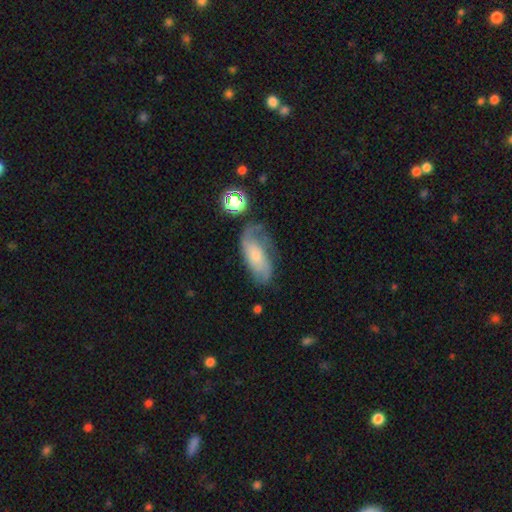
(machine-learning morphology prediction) smooth_or_featured: featured or disk (p=0.55) [alt: smooth p=0.36]
disk_edge_on: no (p=0.91) [alt: yes p=0.09]
bar: no (p=0.69) [alt: weak p=0.25]
has_spiral_arms: yes (p=0.83) [alt: no p=0.17]
bulge_size: small (p=0.53) [alt: moderate p=0.30]
merging: none (p=0.47) [alt: minor disturbance p=0.28]